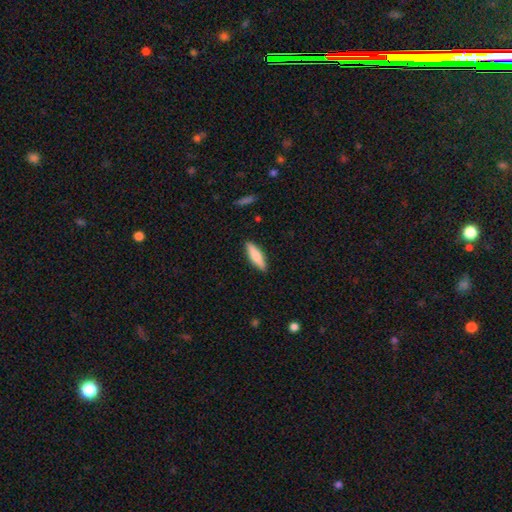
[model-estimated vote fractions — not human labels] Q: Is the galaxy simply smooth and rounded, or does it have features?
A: smooth — 76%.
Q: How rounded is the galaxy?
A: cigar-shaped — 67%.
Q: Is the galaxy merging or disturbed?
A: none — 89%.